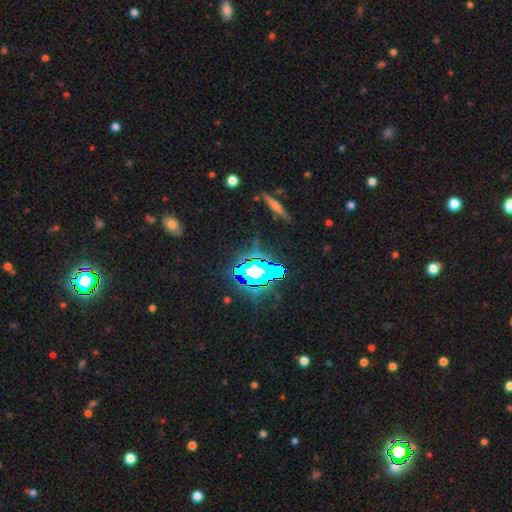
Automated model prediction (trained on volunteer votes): smooth_or_featured: star or artifact (p=0.78) [alt: smooth p=0.11]